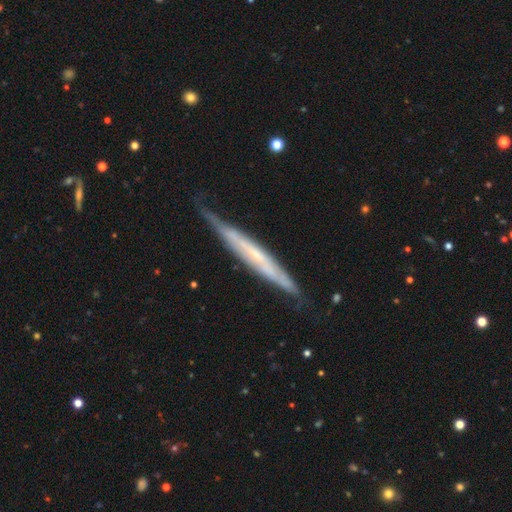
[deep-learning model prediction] This appears to be a featured or disk galaxy (69%) viewed edge-on (83%) with no central bulge (71%). Merging: none (68%).